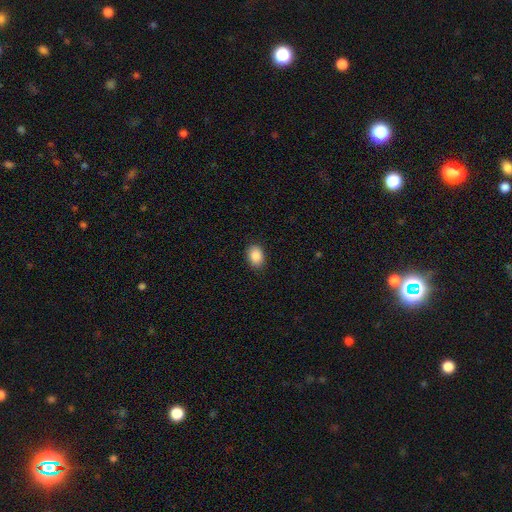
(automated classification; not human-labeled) Smooth or featured? Predicted: smooth (p=0.88). How rounded? Predicted: in between (p=0.76). Merging? Predicted: none (p=0.88).